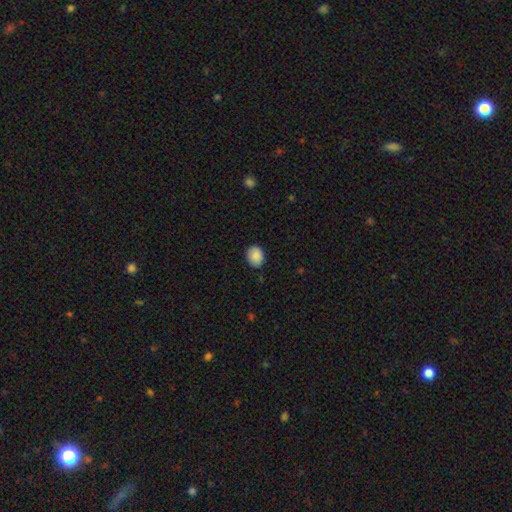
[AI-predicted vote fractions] Smooth or featured?
  - smooth: 89% *
  - star or artifact: 8%
  - featured or disk: 4%
How rounded?
  - in between: 55% *
  - round: 44%
  - cigar-shaped: 1%
Merging?
  - none: 84% *
  - minor disturbance: 13%
  - major disturbance: 2%
  - merger: 1%